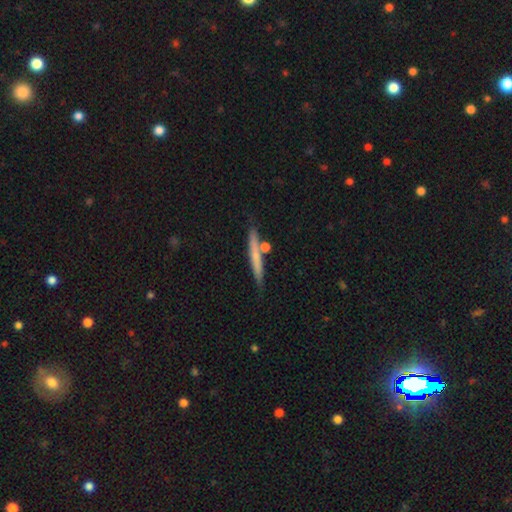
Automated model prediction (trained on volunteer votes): The model was most divided on "smooth or featured": smooth: 57%, featured or disk: 37%, star or artifact: 6%. More confident: how rounded — cigar-shaped (94%); merging — none (76%).